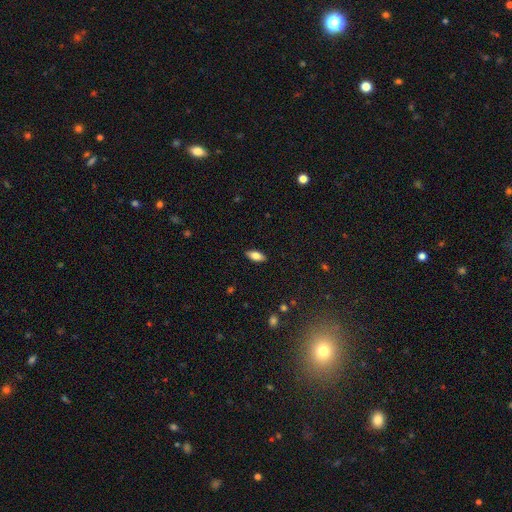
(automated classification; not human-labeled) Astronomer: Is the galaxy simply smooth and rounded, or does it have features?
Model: smooth — 76%.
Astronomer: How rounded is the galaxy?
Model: in between — 85%.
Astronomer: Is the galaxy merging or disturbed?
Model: none — 89%.